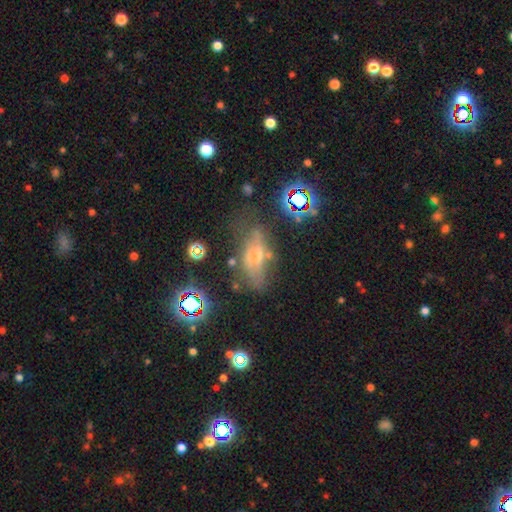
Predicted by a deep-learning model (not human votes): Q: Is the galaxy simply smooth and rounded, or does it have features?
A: featured or disk — 52%.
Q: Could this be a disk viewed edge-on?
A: no — 59%.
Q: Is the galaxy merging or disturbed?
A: none — 48%.